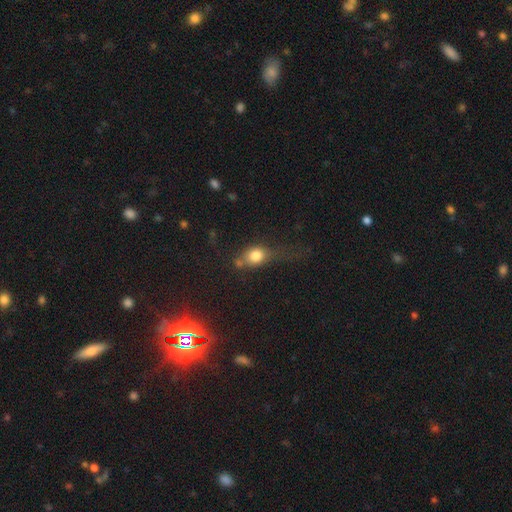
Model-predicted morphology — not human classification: smooth 75%, featured or disk 15%, star or artifact 11%. Down the decision tree: how rounded — in between (49%); merging — none (38%).